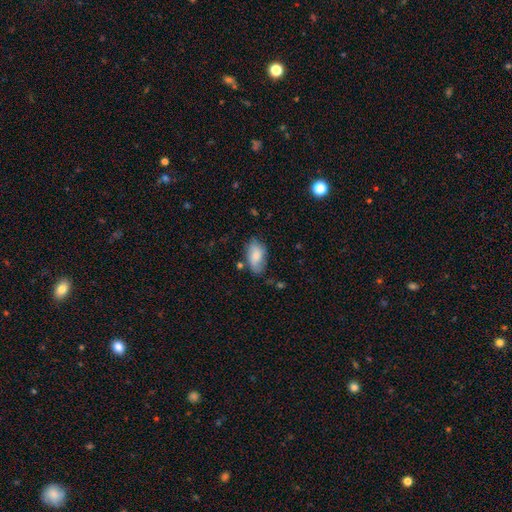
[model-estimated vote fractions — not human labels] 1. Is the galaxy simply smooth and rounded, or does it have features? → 76% smooth, 17% featured or disk, 7% star or artifact.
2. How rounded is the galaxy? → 93% in between, 4% round, 2% cigar-shaped.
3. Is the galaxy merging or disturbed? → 62% none, 27% minor disturbance, 7% major disturbance, 4% merger.